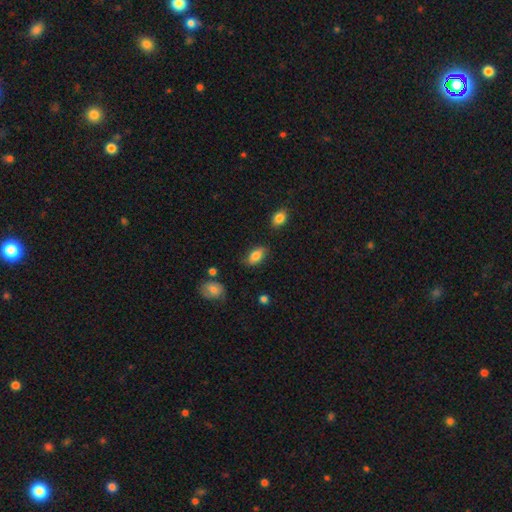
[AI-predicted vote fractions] smooth-or-featured: smooth: 80% | featured or disk: 12% | star or artifact: 8%
  how-rounded: in between: 91% | round: 5% | cigar-shaped: 4%
  merging: none: 75% | minor disturbance: 19% | major disturbance: 4% | merger: 2%